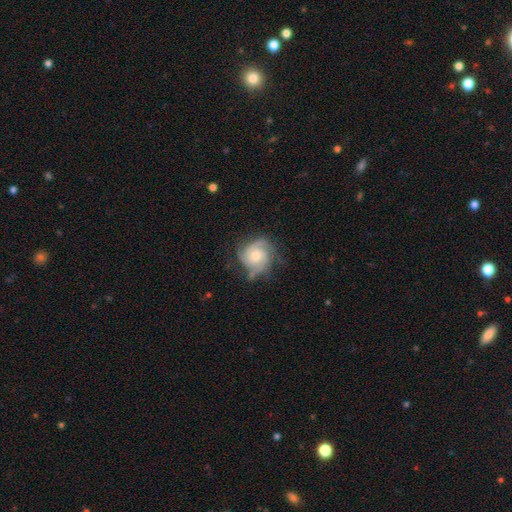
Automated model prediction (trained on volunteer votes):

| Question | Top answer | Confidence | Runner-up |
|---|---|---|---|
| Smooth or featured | featured or disk | 79% | smooth (15%) |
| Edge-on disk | no | 98% | yes (2%) |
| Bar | no | 74% | weak (23%) |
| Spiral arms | yes | 96% | no (4%) |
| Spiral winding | tight | 53% | medium (38%) |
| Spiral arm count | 3 | 50% | 2 (19%) |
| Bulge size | moderate | 57% | small (33%) |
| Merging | none | 66% | minor disturbance (22%) |